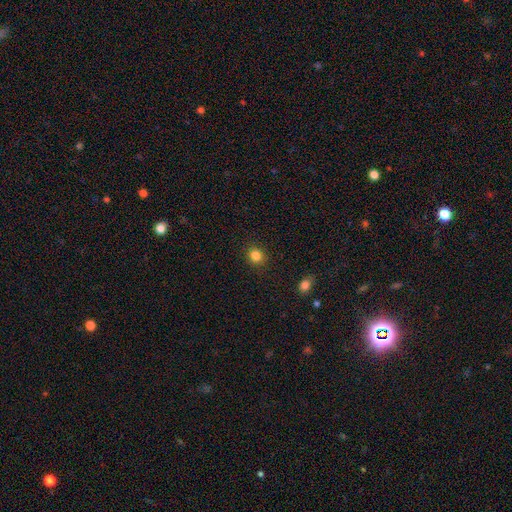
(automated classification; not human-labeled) This appears to be a smooth galaxy with no disk features (84%) that is round (82%). Merging: none (90%).